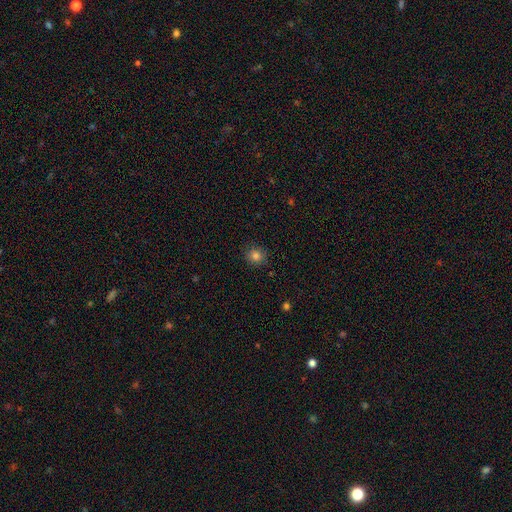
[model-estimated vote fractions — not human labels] A smooth galaxy with no disk features (82%) that is round (88%).

Vote fractions:
- Smooth or featured? smooth: 82% / star or artifact: 13% / featured or disk: 5%
- How rounded? round: 88% / in between: 11% / cigar-shaped: 1%
- Merging? none: 89% / minor disturbance: 8% / major disturbance: 2% / merger: 1%